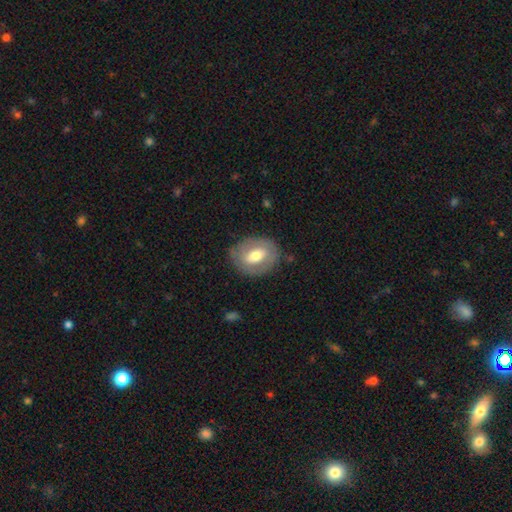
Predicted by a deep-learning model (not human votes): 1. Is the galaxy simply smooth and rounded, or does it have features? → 50% smooth, 44% featured or disk, 6% star or artifact.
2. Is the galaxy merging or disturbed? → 78% none, 15% minor disturbance, 6% major disturbance, 1% merger.